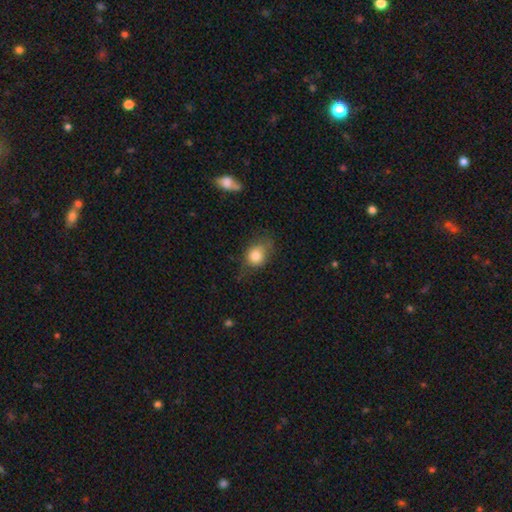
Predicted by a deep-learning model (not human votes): A smooth galaxy with no disk features (79%) that is round (53%).

Vote fractions:
- Smooth or featured? smooth: 79% / featured or disk: 12% / star or artifact: 9%
- How rounded? round: 53% / in between: 46% / cigar-shaped: 1%
- Merging? none: 58% / minor disturbance: 28% / major disturbance: 12% / merger: 2%